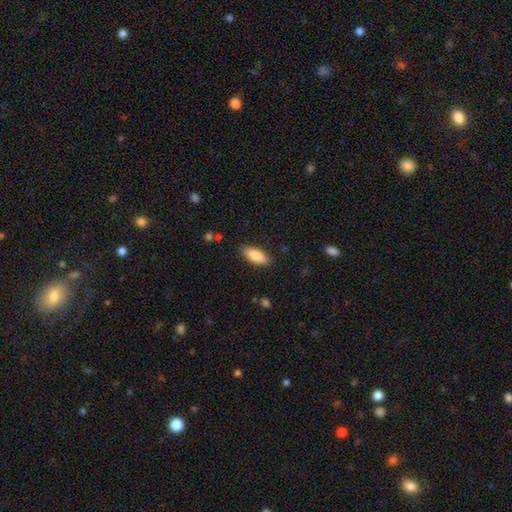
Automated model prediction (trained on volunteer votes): smooth-or-featured: smooth: 87% | featured or disk: 7% | star or artifact: 6%
  how-rounded: in between: 83% | cigar-shaped: 15% | round: 2%
  merging: none: 87% | minor disturbance: 10% | major disturbance: 2% | merger: 1%